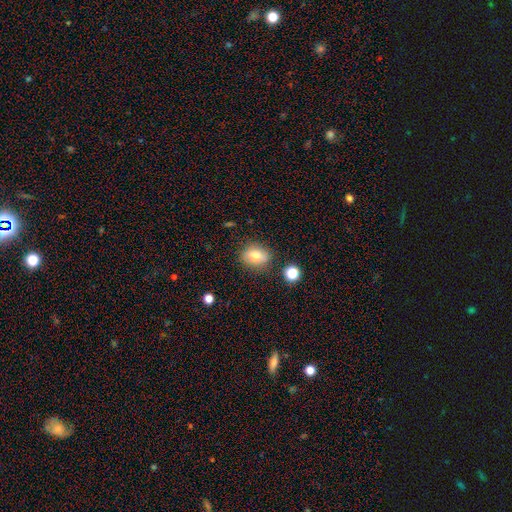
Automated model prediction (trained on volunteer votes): This is likely a smooth galaxy (73%). How rounded: possibly in between (53%). Merging: clearly none (80%).